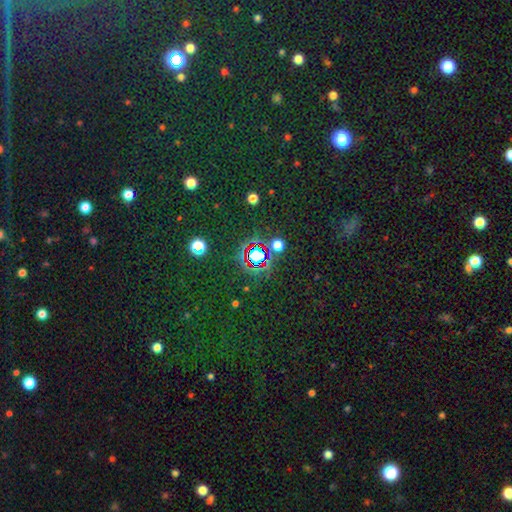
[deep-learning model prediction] smooth-or-featured: star or artifact: 66% | smooth: 23% | featured or disk: 11%